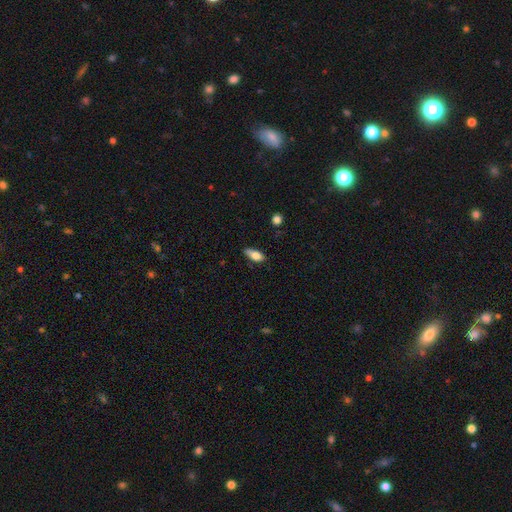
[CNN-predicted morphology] This appears to be a smooth galaxy with no disk features (76%) that is in between round and cigar-shaped (81%). Merging: none (67%).